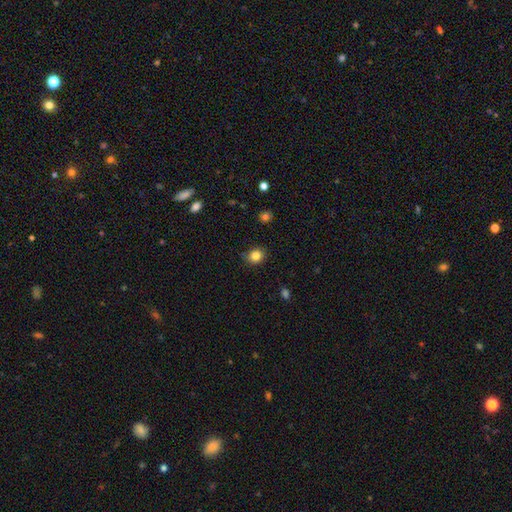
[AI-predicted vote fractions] This appears to be a smooth galaxy with no disk features (84%) that is round (68%). Merging: none (83%).